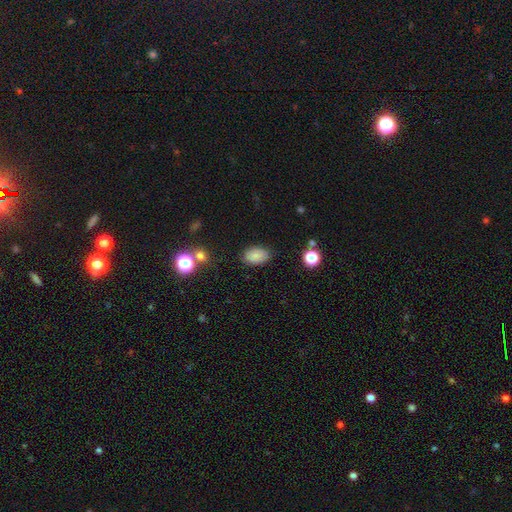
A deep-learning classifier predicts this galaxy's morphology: Smooth or featured? smooth (84%)
How rounded? in between (88%)
Merging? none (84%)